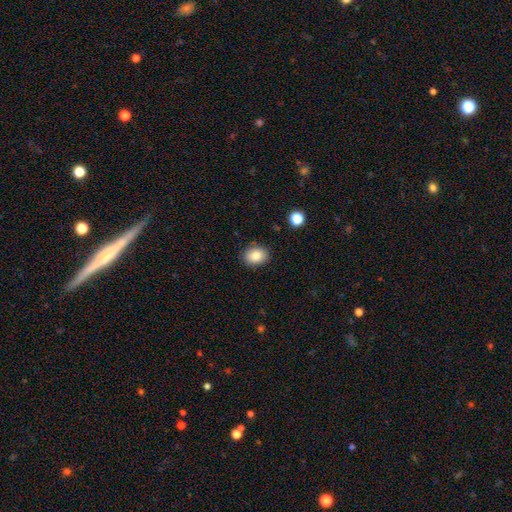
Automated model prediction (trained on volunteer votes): Morphology: type=smooth (84%); roundness=in between (57%); merging=none (88%).